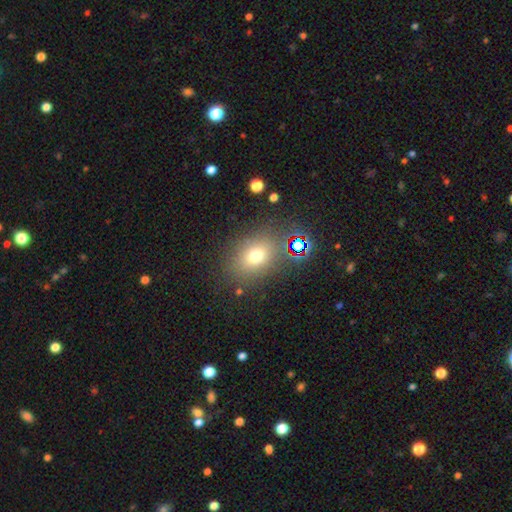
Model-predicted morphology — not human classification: type=smooth (70%); roundness=in between (61%); merging=none (79%).